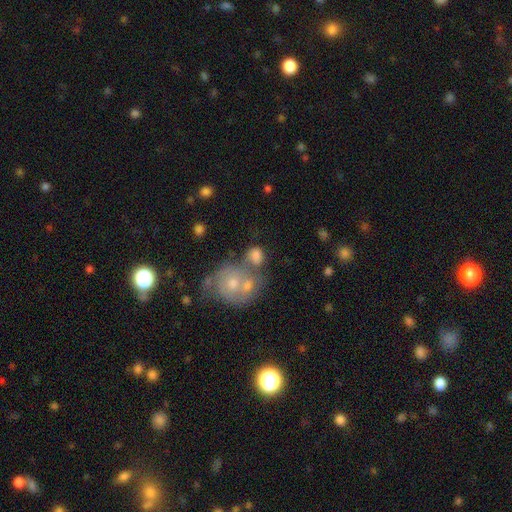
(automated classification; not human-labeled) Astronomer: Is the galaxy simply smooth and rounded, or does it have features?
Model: smooth — 67%.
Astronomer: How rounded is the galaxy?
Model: round — 49%, tied with in between at 49%.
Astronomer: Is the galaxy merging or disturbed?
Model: merger — 43% (runner-up: none, 32%).